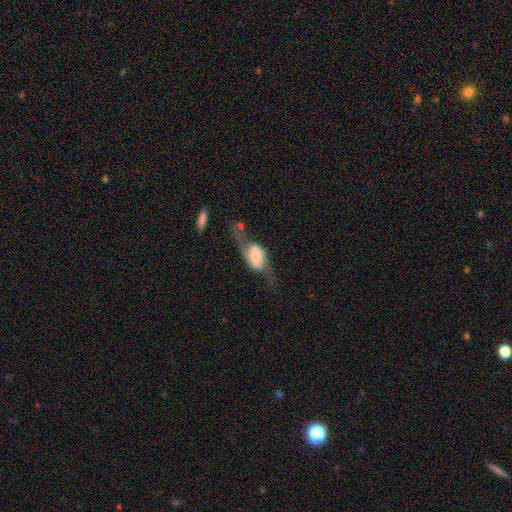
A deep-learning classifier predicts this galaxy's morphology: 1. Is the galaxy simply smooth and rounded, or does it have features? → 67% featured or disk, 26% smooth, 7% star or artifact.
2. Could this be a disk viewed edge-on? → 76% no, 24% yes.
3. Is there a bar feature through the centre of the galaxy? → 40% no, 32% weak, 27% strong.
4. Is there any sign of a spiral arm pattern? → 73% yes, 27% no.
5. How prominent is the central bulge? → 38% moderate, 32% small, 19% large, 6% dominant, 6% none.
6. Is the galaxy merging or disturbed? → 44% none, 28% major disturbance, 20% minor disturbance, 8% merger.